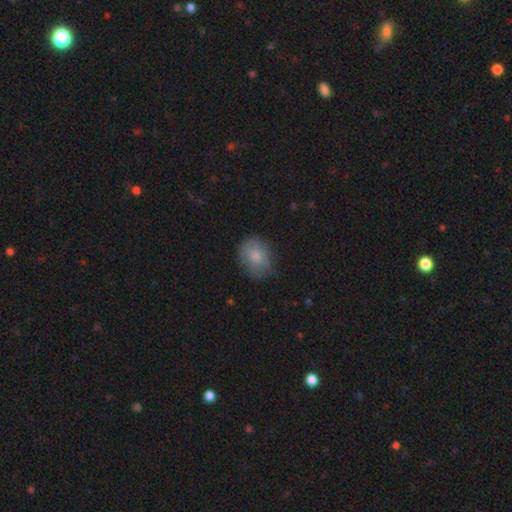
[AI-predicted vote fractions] Overall: smooth (78%). How rounded: round (51%; in between 48%). Merging: none (69%).